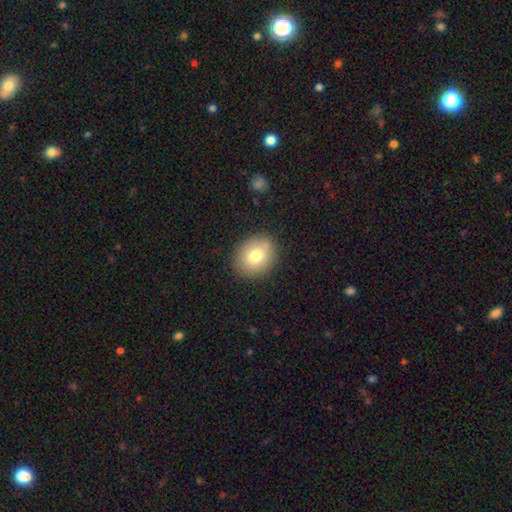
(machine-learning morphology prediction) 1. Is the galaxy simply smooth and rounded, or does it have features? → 76% smooth, 14% featured or disk, 10% star or artifact.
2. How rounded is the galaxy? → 56% round, 43% in between, 1% cigar-shaped.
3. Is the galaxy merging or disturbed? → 84% none, 11% minor disturbance, 3% major disturbance, 2% merger.